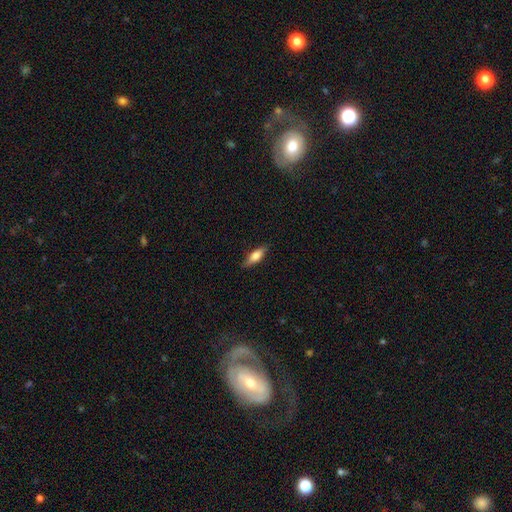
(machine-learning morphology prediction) A smooth galaxy with no disk features (68%) that is in between round and cigar-shaped (52%). Merging: none (83%).